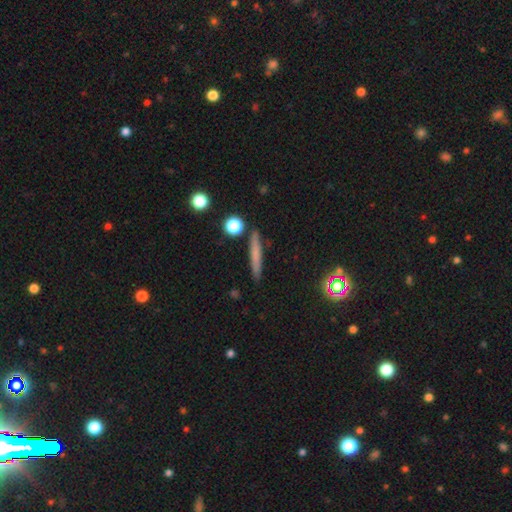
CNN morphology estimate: The model was most divided on "smooth or featured": smooth: 66%, featured or disk: 26%, star or artifact: 8%. More confident: how rounded — cigar-shaped (93%); merging — none (87%).